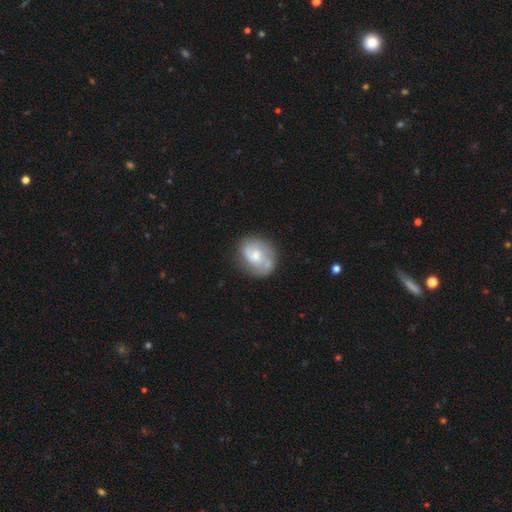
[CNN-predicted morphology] Smooth or featured: featured or disk — 57% (smooth — 36%)
Edge-on disk: no — 97% (yes — 3%)
Bar: no — 62% (weak — 33%)
Spiral arms: yes — 80% (no — 20%)
Bulge size: moderate — 54% (small — 31%)
Merging: none — 63% (minor disturbance — 22%)